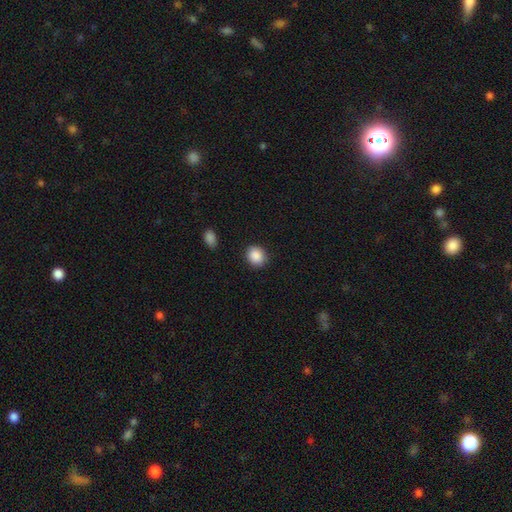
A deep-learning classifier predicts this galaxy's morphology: Overall: smooth (89%). How rounded: round (71%). Merging: none (89%).